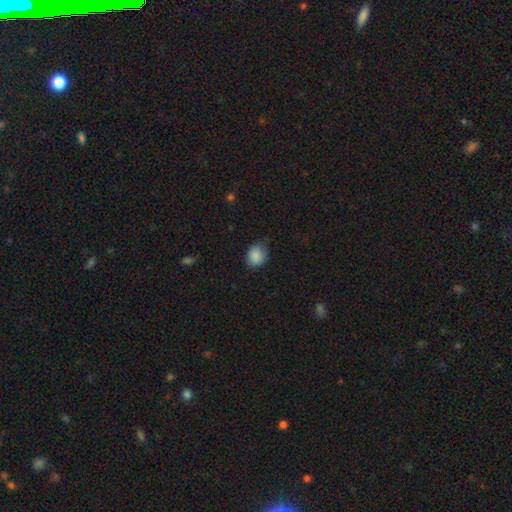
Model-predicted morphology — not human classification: A smooth galaxy with no disk features (87%) that is round (58%).

Vote fractions:
- Smooth or featured? smooth: 87% / star or artifact: 8% / featured or disk: 4%
- How rounded? round: 58% / in between: 41% / cigar-shaped: 1%
- Merging? none: 70% / minor disturbance: 24% / major disturbance: 5% / merger: 1%